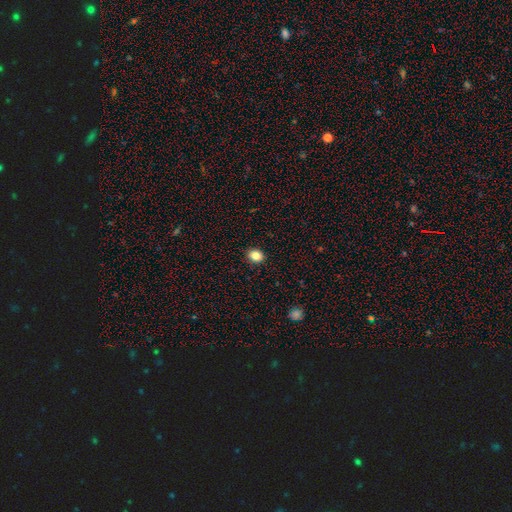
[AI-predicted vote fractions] Smooth or featured? Predicted: smooth (p=0.84). How rounded? Predicted: round (p=0.50). Merging? Predicted: none (p=0.91).